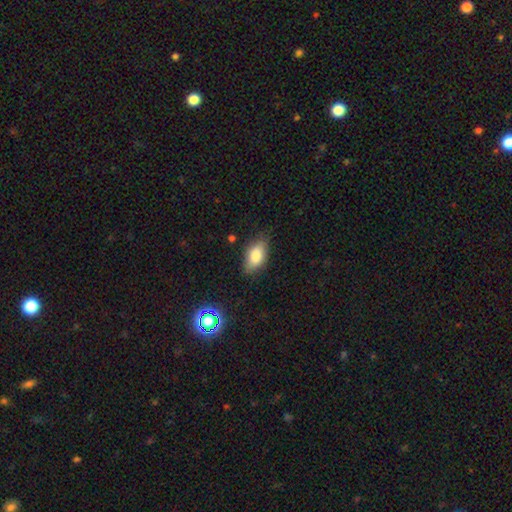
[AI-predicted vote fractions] Smooth or featured: smooth — 81% (featured or disk — 11%)
How rounded: in between — 90% (round — 5%)
Merging: none — 73% (minor disturbance — 21%)